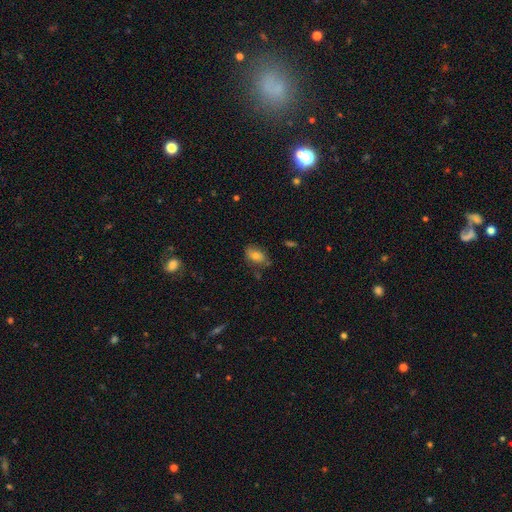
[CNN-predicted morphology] This is likely a smooth galaxy (71%). How rounded: clearly in between (87%). Merging: likely none (70%).